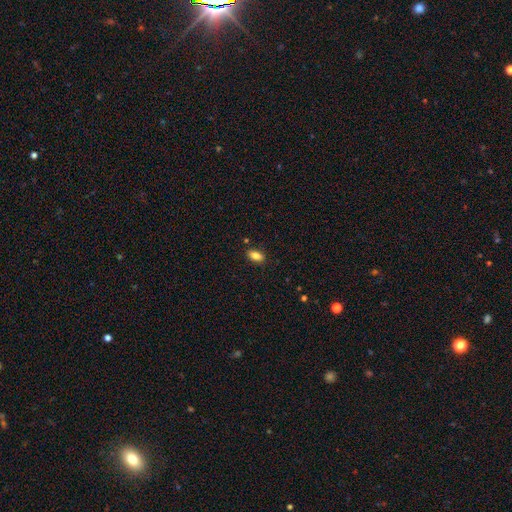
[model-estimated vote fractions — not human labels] The model was most divided on "smooth or featured": smooth: 84%, star or artifact: 9%, featured or disk: 7%. More confident: how rounded — in between (90%); merging — none (86%).